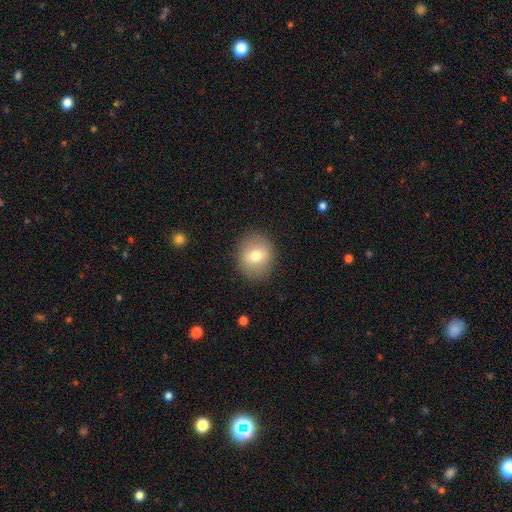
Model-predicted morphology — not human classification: Overall: smooth (72%). How rounded: round (76%). Merging: none (88%).